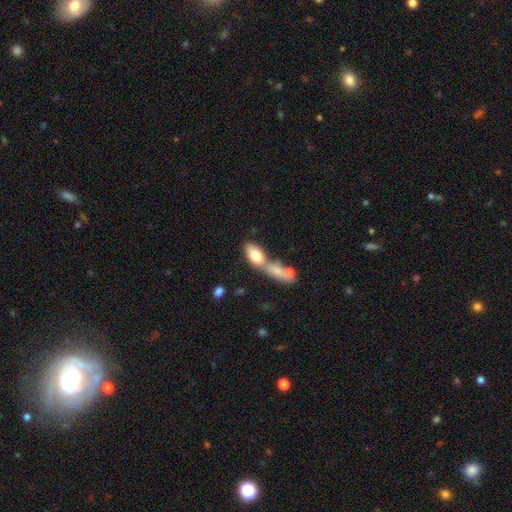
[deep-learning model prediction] smooth_or_featured: smooth (p=0.77) [alt: featured or disk p=0.16]
how_rounded: in between (p=0.86) [alt: cigar-shaped p=0.09]
merging: merger (p=0.56) [alt: none p=0.29]